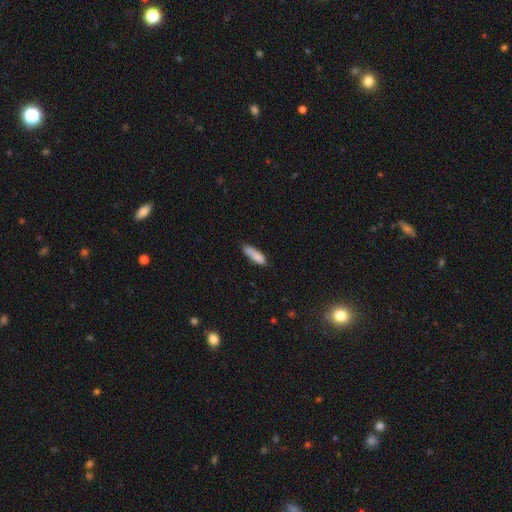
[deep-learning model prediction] Overall: smooth (87%). How rounded: cigar-shaped (60%; in between 38%). Merging: none (72%).